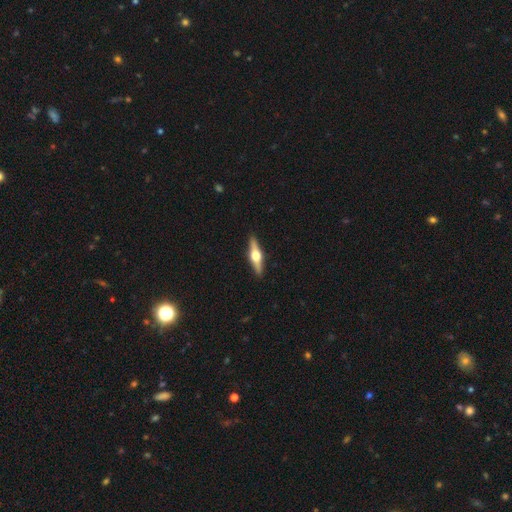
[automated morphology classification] Q: Smooth or featured?
A: featured or disk (70%); runner-up: smooth (25%)
Q: Edge-on disk?
A: yes (97%); runner-up: no (3%)
Q: Edge-on bulge?
A: rounded (96%); runner-up: boxy (3%)
Q: Merging?
A: none (91%); runner-up: minor disturbance (6%)